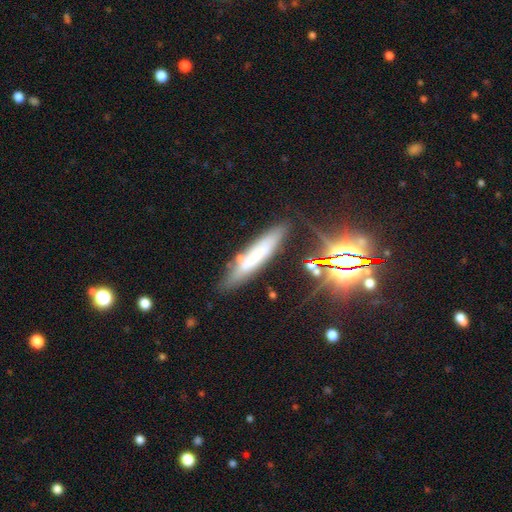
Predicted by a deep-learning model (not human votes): Q: Smooth or featured?
A: smooth (50%); runner-up: featured or disk (32%)
Q: Merging?
A: none (76%); runner-up: minor disturbance (14%)